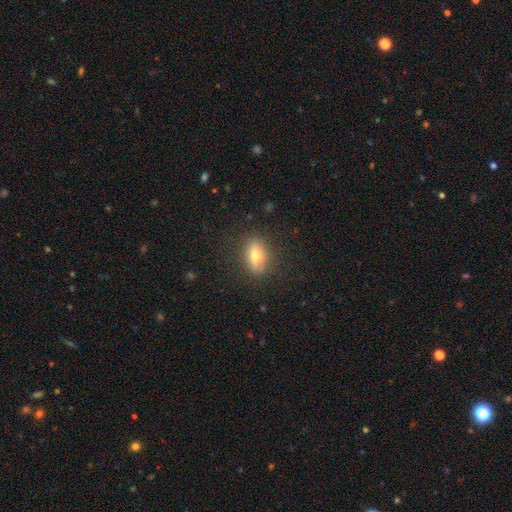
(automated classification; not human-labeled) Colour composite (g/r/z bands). It shows a smooth galaxy with no disk features (54%) that is in between round and cigar-shaped (70%). Merging: none (84%).